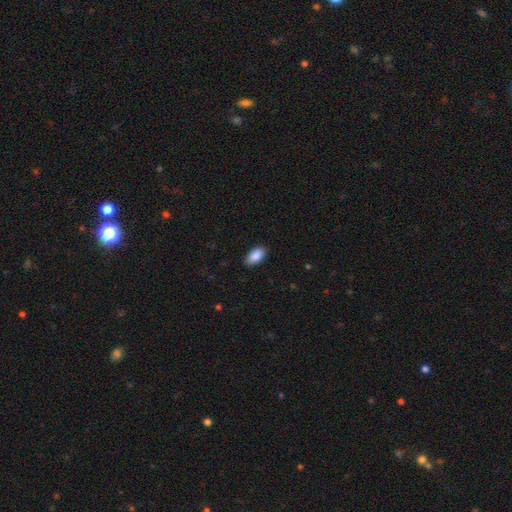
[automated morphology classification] A smooth galaxy with no disk features (89%) that is in between round and cigar-shaped (94%). Merging: none (85%).